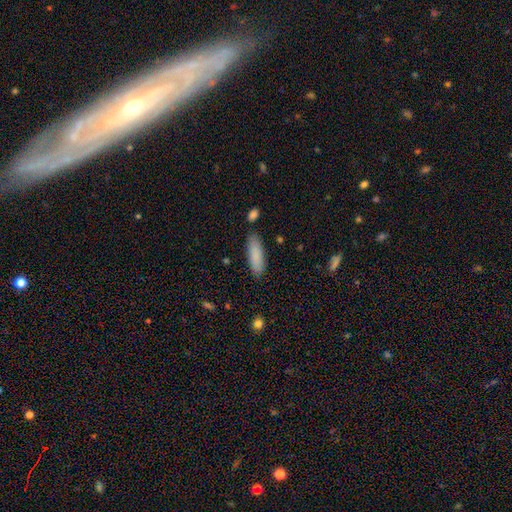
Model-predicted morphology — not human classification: The model was most divided on "how rounded": in between: 51%, cigar-shaped: 48%, round: 1%. More confident: smooth or featured — smooth (87%); merging — none (84%).